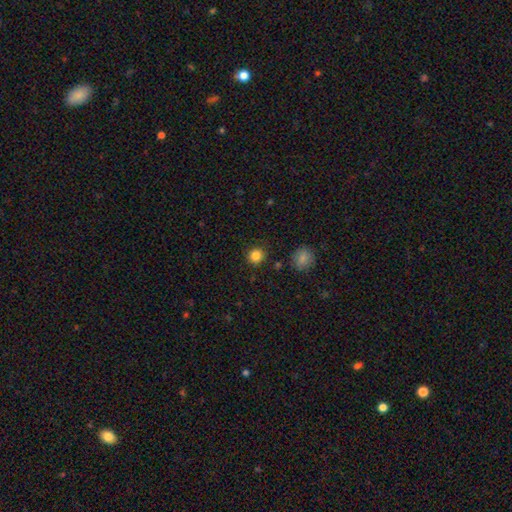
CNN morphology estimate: smooth-or-featured: smooth: 84% | star or artifact: 12% | featured or disk: 4%
  how-rounded: round: 92% | in between: 7% | cigar-shaped: 1%
  merging: none: 90% | minor disturbance: 6% | major disturbance: 2% | merger: 2%